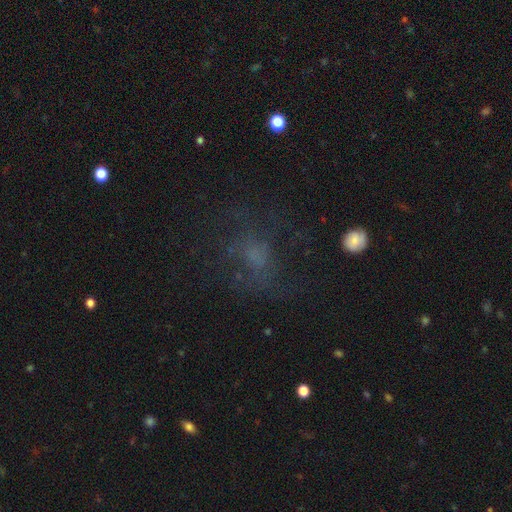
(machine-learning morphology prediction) smooth-or-featured: smooth: 38% | featured or disk: 35% | star or artifact: 26%
  merging: none: 57% | major disturbance: 24% | minor disturbance: 17% | merger: 2%